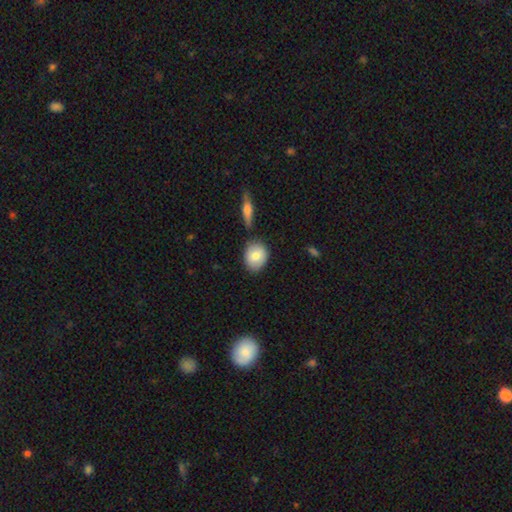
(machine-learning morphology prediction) type=smooth (77%); roundness=round (50%); merging=none (71%).